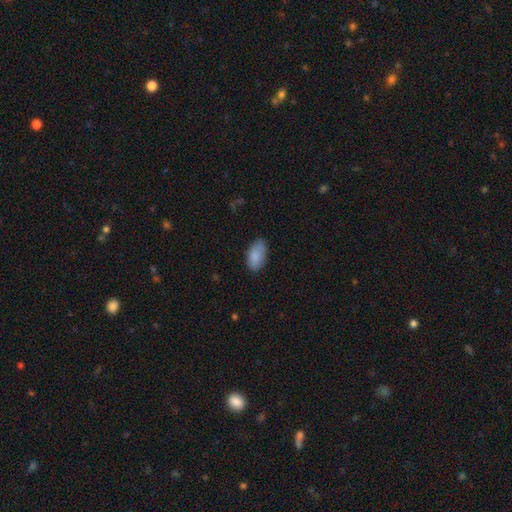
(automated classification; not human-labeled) smooth-or-featured: smooth: 87% | featured or disk: 7% | star or artifact: 6%
  how-rounded: in between: 94% | round: 3% | cigar-shaped: 3%
  merging: none: 79% | minor disturbance: 16% | major disturbance: 3% | merger: 1%